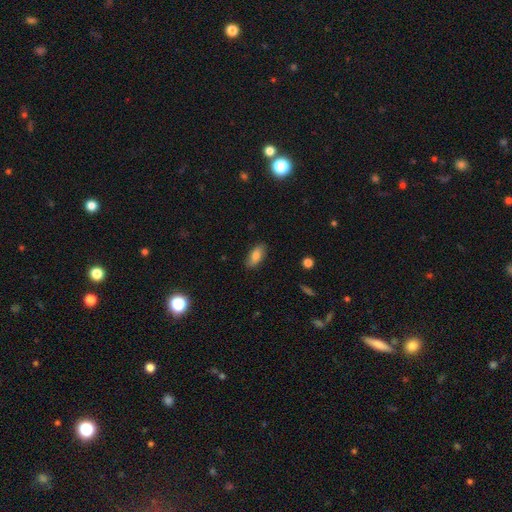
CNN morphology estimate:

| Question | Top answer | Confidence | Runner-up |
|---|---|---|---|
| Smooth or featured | smooth | 82% | featured or disk (10%) |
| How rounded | in between | 89% | cigar-shaped (8%) |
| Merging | none | 85% | minor disturbance (11%) |